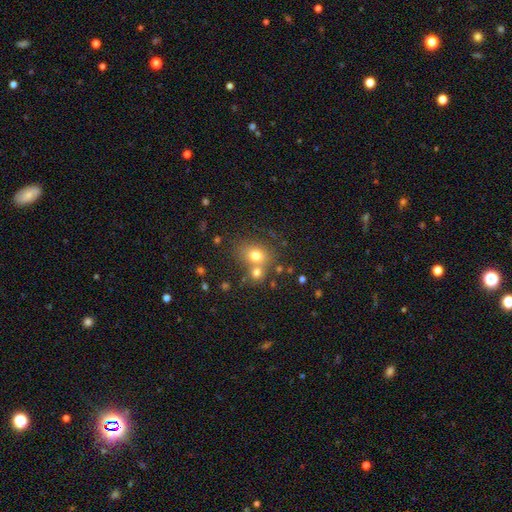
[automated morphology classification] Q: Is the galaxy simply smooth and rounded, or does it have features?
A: smooth — 74%.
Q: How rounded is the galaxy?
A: round — 57%.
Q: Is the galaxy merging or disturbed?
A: none — 50%.